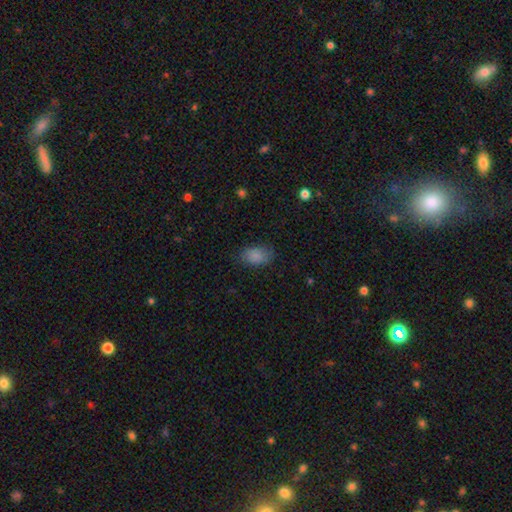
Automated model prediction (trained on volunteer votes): A smooth galaxy with no disk features (86%) that is in between round and cigar-shaped (86%). Merging: none (77%).